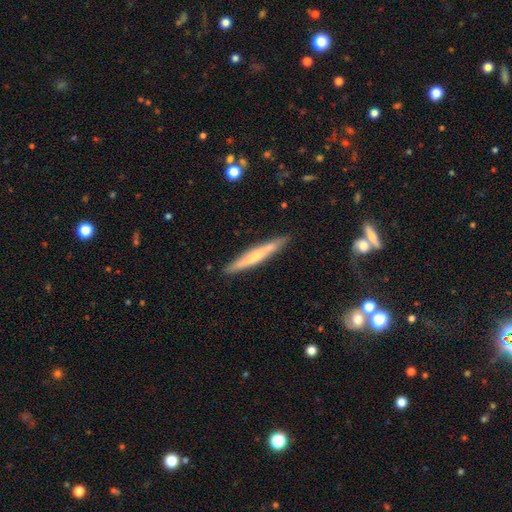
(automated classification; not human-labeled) Smooth or featured? smooth (48%)
Merging? none (87%)